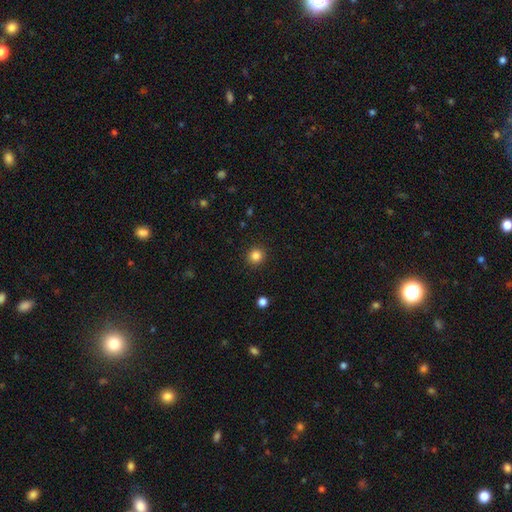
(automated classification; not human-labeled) This is clearly a smooth galaxy (84%). How rounded: clearly round (93%). Merging: clearly none (92%).